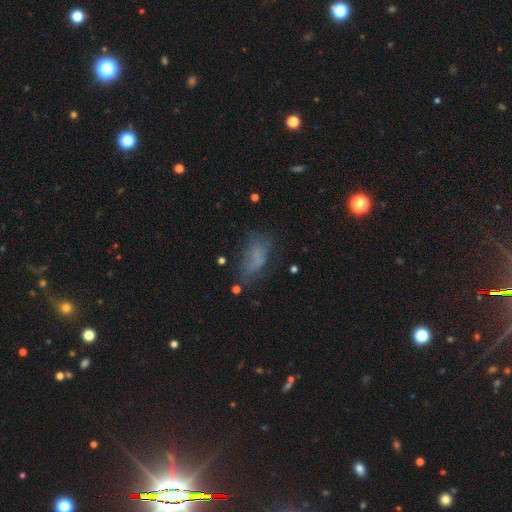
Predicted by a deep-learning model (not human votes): A smooth galaxy with no disk features (61%) that is in between round and cigar-shaped (80%). Merging: none (53%).